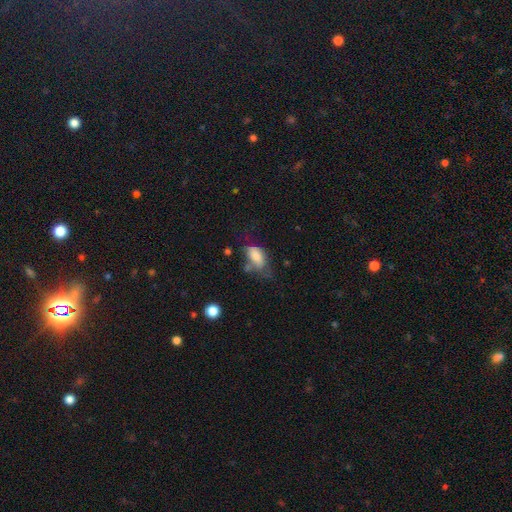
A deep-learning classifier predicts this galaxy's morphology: Smooth or featured? smooth (73%)
How rounded? in between (91%)
Merging? minor disturbance (32%)